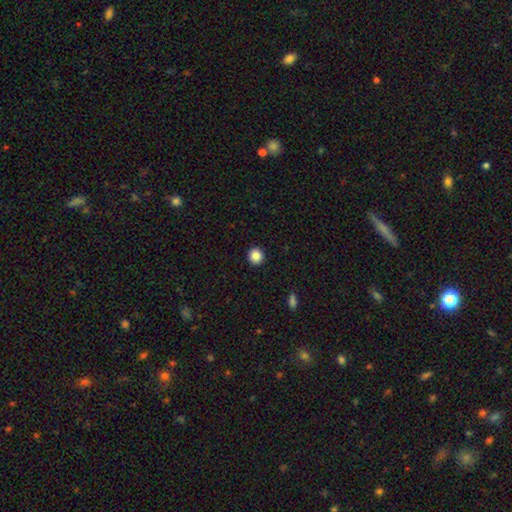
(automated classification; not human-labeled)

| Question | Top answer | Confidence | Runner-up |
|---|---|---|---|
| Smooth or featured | smooth | 87% | star or artifact (10%) |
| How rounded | round | 92% | in between (7%) |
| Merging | none | 93% | minor disturbance (5%) |